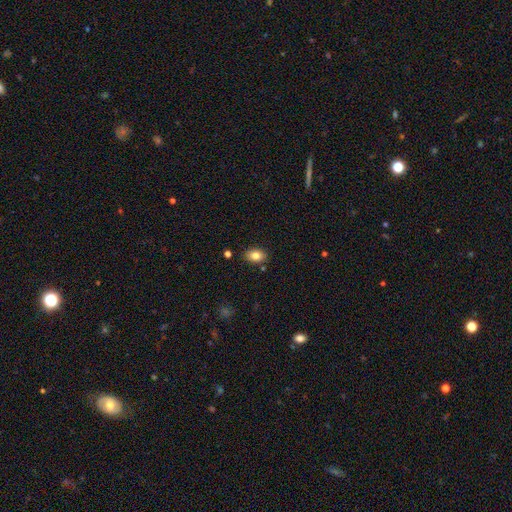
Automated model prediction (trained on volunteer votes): A smooth galaxy with no disk features (82%) that is in between round and cigar-shaped (82%). Merging: none (85%).